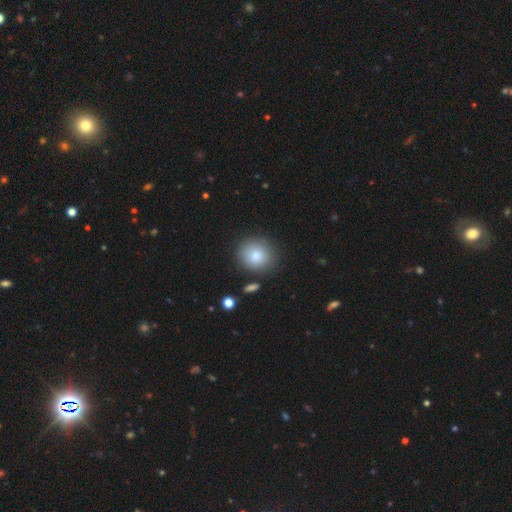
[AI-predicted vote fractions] smooth-or-featured: smooth: 83% | featured or disk: 9% | star or artifact: 8%
  how-rounded: round: 83% | in between: 16% | cigar-shaped: 1%
  merging: none: 83% | minor disturbance: 10% | merger: 4% | major disturbance: 3%